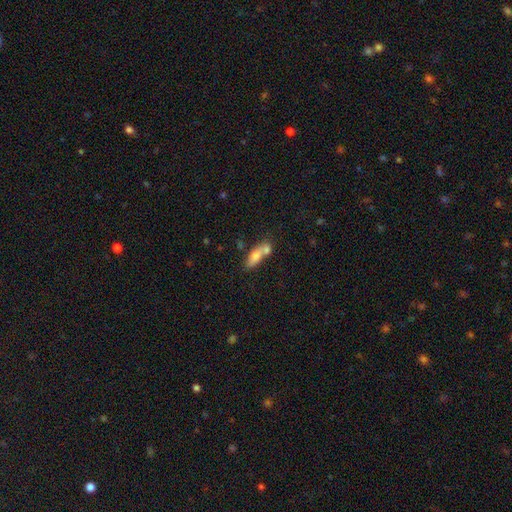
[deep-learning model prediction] Smooth or featured?
  - smooth: 70% *
  - featured or disk: 22%
  - star or artifact: 8%
How rounded?
  - in between: 67% *
  - cigar-shaped: 28%
  - round: 5%
Merging?
  - merger: 52% *
  - none: 32%
  - minor disturbance: 11%
  - major disturbance: 5%